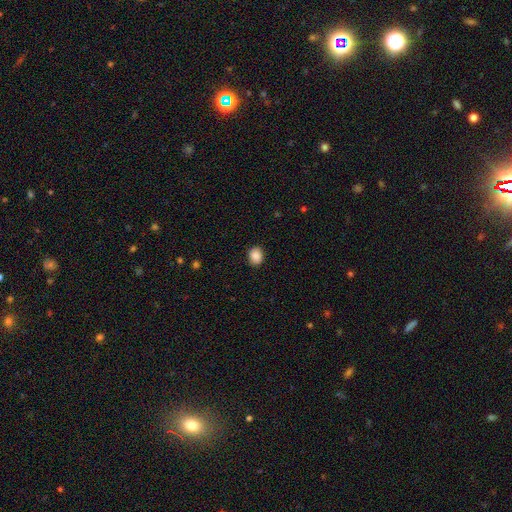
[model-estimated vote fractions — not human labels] Smooth or featured? smooth (88%)
How rounded? round (55%)
Merging? none (88%)